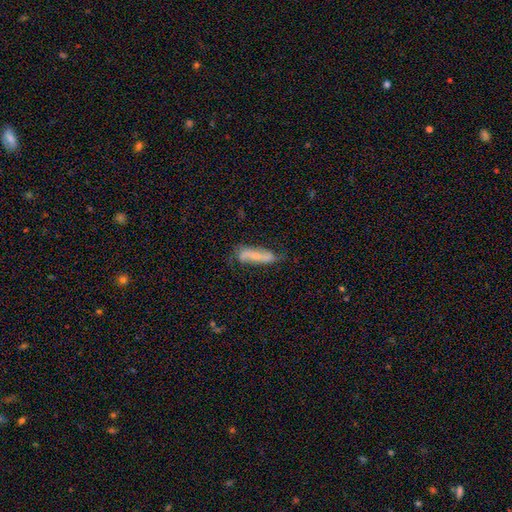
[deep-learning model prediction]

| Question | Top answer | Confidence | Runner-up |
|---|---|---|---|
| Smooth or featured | featured or disk | 50% | smooth (42%) |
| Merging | none | 59% | minor disturbance (27%) |